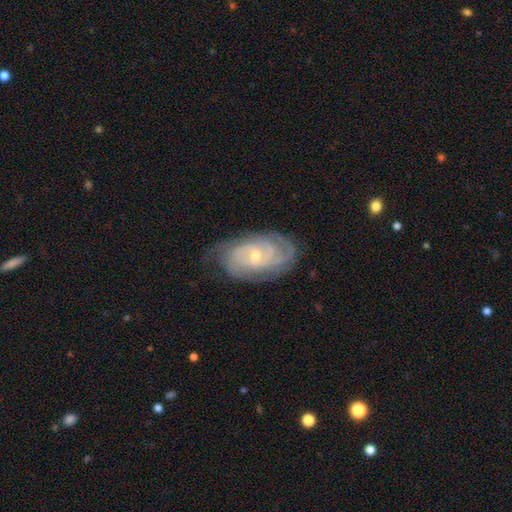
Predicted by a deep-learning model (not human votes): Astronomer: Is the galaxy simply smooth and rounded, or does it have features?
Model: featured or disk — 86%.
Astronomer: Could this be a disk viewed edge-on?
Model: no — 96%.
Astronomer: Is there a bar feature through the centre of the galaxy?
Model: no — 59%.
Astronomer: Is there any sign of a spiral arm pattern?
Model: yes — 97%.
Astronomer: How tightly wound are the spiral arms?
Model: tight — 72%.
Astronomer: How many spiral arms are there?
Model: can't tell — 31% (runner-up: 2, 22%).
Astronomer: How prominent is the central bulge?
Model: small — 65%.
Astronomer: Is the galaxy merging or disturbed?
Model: none — 72%.